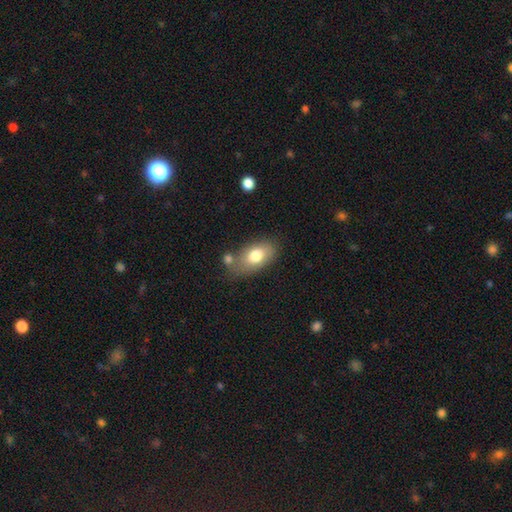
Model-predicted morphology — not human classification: Smooth or featured: smooth — 76% (featured or disk — 17%)
How rounded: in between — 90% (round — 7%)
Merging: none — 59% (minor disturbance — 19%)